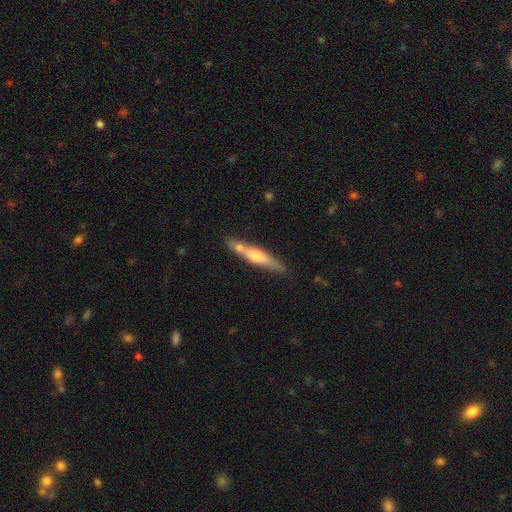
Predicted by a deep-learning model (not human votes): A smooth galaxy with no disk features (47%, tied with featured or disk).

Vote fractions:
- Smooth or featured? smooth: 47% (tied) / featured or disk: 47% (tied) / star or artifact: 6%
- Merging? none: 71% / minor disturbance: 14% / merger: 11% / major disturbance: 3%